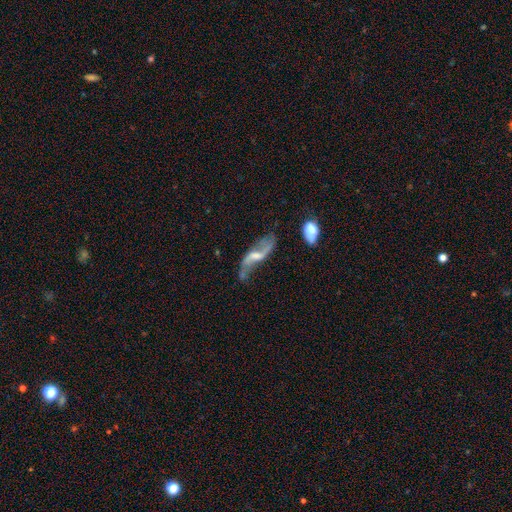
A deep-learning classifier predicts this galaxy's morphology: Q: Smooth or featured?
A: featured or disk (83%); runner-up: smooth (11%)
Q: Edge-on disk?
A: no (90%); runner-up: yes (10%)
Q: Bar?
A: weak (50%); runner-up: no (26%)
Q: Spiral arms?
A: yes (91%); runner-up: no (9%)
Q: Spiral winding?
A: loose (89%); runner-up: medium (9%)
Q: Spiral arm count?
A: 2 (91%); runner-up: can't tell (3%)
Q: Bulge size?
A: small (43%); runner-up: moderate (35%)
Q: Merging?
A: none (57%); runner-up: minor disturbance (21%)